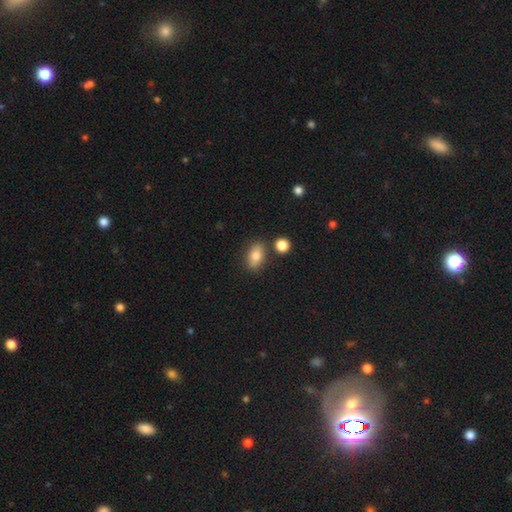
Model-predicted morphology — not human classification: A smooth galaxy with no disk features (79%) that is in between round and cigar-shaped (84%). Merging: none (79%).